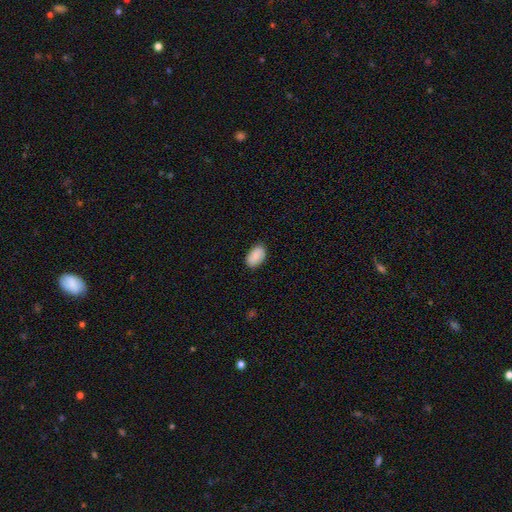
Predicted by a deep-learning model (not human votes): smooth 88%, star or artifact 6%, featured or disk 5%. Down the decision tree: how rounded — in between (93%); merging — none (85%).